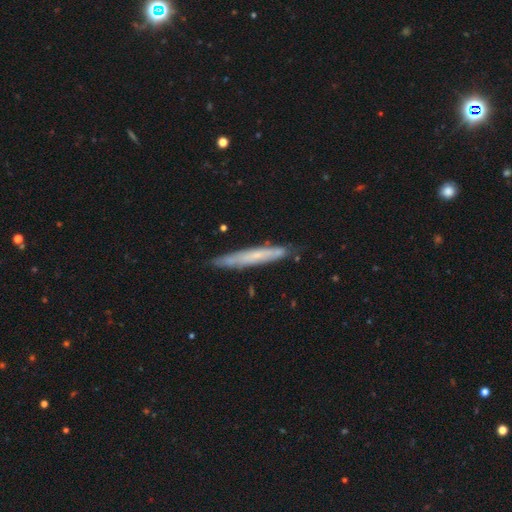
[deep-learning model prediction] Overall: featured or disk (50%; smooth 44%). Merging: none (81%).